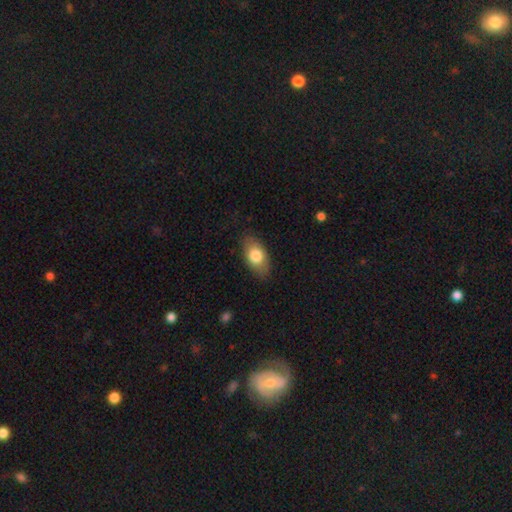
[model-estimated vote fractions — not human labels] Morphology: type=smooth (78%); roundness=in between (90%); merging=none (82%).